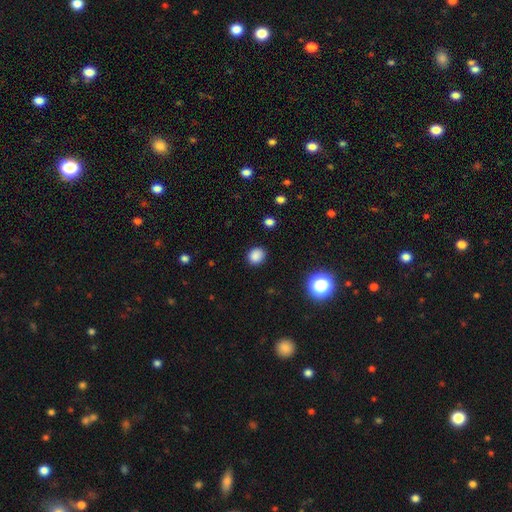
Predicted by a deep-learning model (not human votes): Smooth or featured?
  - smooth: 85% *
  - star or artifact: 12%
  - featured or disk: 3%
How rounded?
  - round: 76% *
  - in between: 23%
  - cigar-shaped: 1%
Merging?
  - none: 88% *
  - minor disturbance: 8%
  - major disturbance: 3%
  - merger: 1%